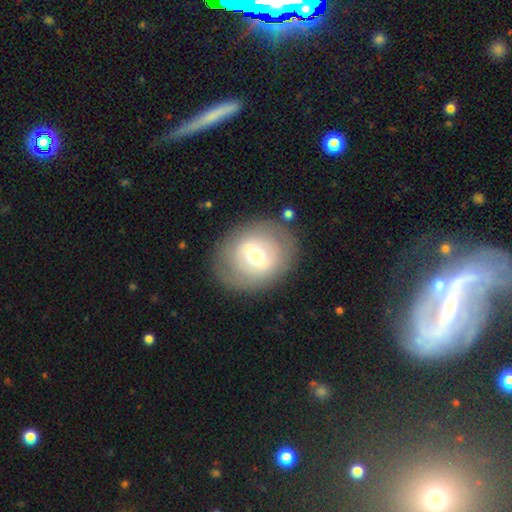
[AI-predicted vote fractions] Smooth or featured: featured or disk — 47% (smooth — 45%)
Merging: none — 81% (minor disturbance — 11%)